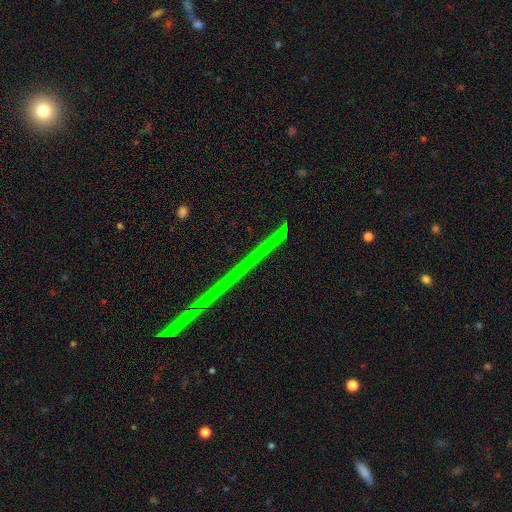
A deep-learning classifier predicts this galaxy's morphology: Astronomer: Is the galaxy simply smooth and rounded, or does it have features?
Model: star or artifact — 80%.